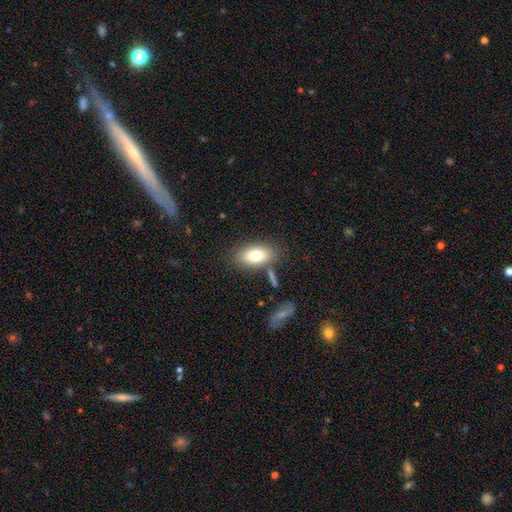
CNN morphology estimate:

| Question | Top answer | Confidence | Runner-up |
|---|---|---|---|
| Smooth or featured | smooth | 77% | featured or disk (16%) |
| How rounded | in between | 89% | round (8%) |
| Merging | none | 74% | minor disturbance (13%) |